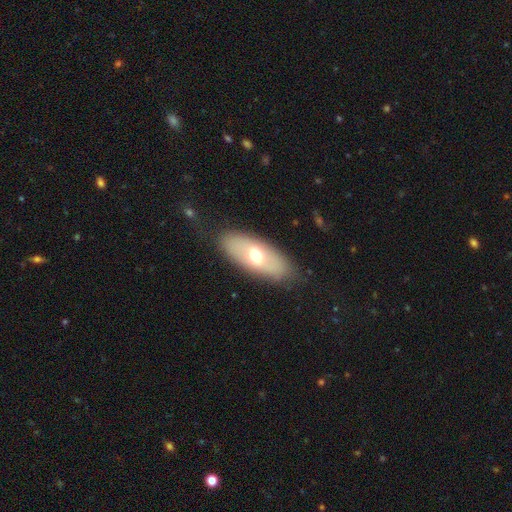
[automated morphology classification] Overall: smooth (57%; featured or disk 35%). How rounded: in between (83%). Merging: none (82%).